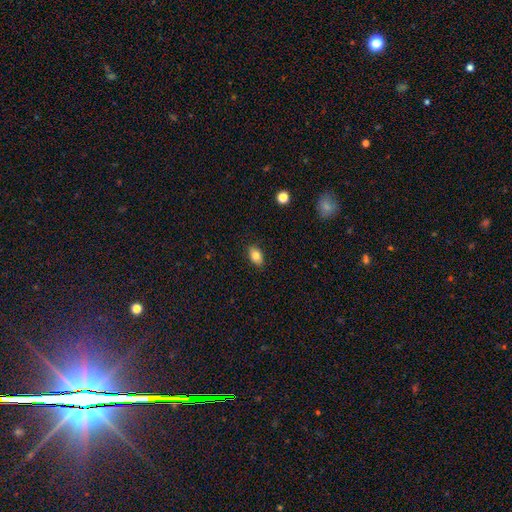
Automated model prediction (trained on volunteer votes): Overall: smooth (81%). How rounded: in between (86%). Merging: none (87%).